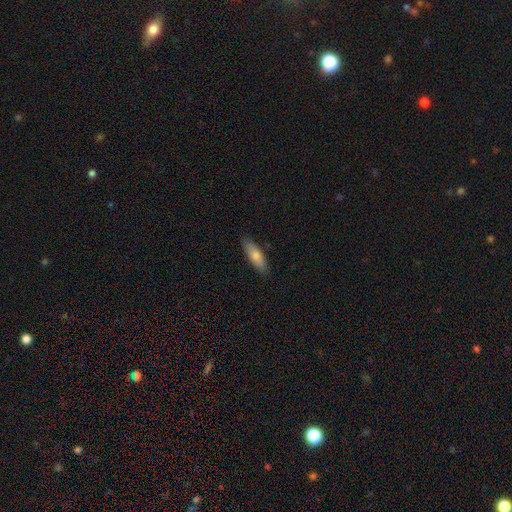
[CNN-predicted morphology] Q: Smooth or featured?
A: smooth (79%); runner-up: featured or disk (16%)
Q: How rounded?
A: in between (55%); runner-up: cigar-shaped (43%)
Q: Merging?
A: none (86%); runner-up: minor disturbance (11%)